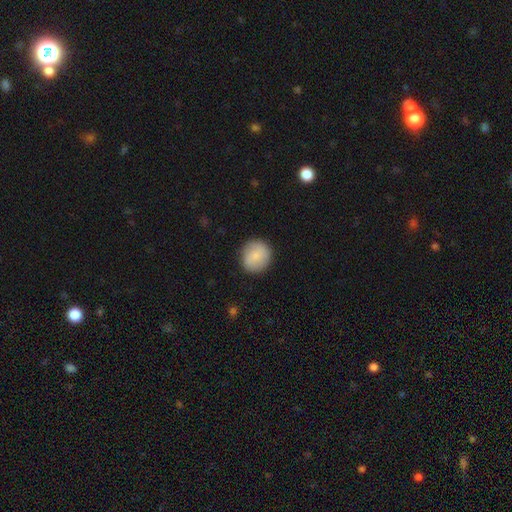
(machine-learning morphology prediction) Smooth or featured?
  - smooth: 84% *
  - featured or disk: 9%
  - star or artifact: 6%
How rounded?
  - round: 87% *
  - in between: 12%
  - cigar-shaped: 1%
Merging?
  - none: 88% *
  - minor disturbance: 9%
  - major disturbance: 2%
  - merger: 1%